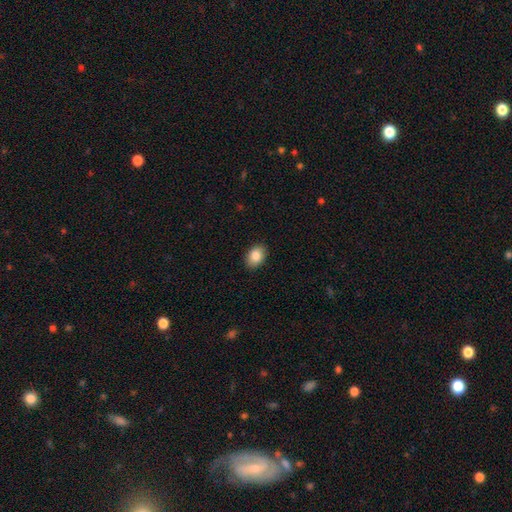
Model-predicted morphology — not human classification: Smooth or featured? Predicted: smooth (p=0.86). How rounded? Predicted: in between (p=0.79). Merging? Predicted: none (p=0.90).